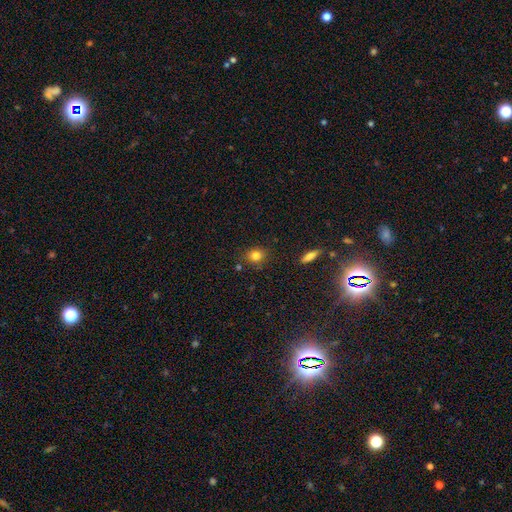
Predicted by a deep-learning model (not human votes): A smooth galaxy with no disk features (82%) that is round (68%). Merging: none (82%).